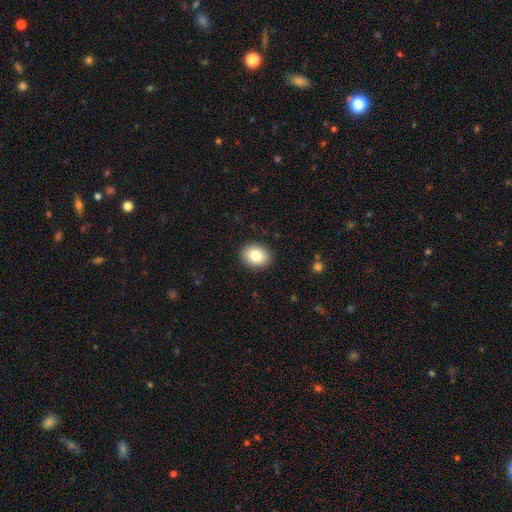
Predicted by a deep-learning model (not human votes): Overall: smooth (83%). How rounded: in between (51%; round 48%). Merging: none (91%).